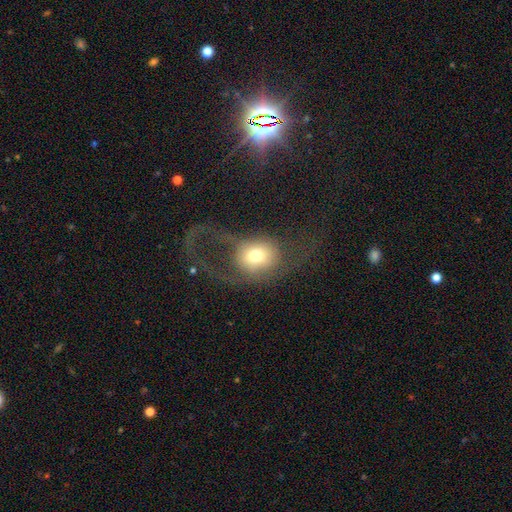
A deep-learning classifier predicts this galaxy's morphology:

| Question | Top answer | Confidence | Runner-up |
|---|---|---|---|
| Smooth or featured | smooth | 57% | featured or disk (33%) |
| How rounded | round | 63% | in between (35%) |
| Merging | major disturbance | 54% | none (31%) |